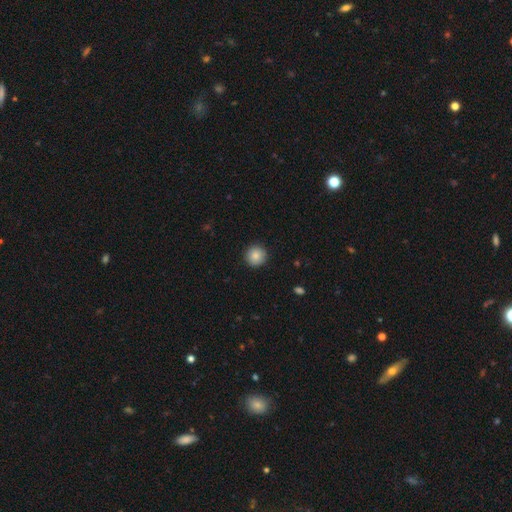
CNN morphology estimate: smooth 86%, star or artifact 9%, featured or disk 5%. Down the decision tree: how rounded — round (95%); merging — none (92%).